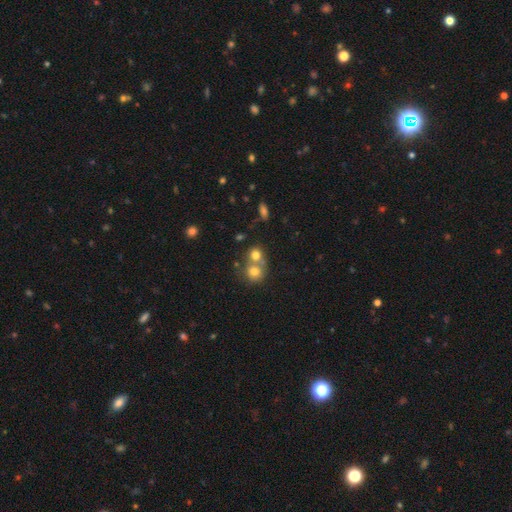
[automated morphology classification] This is likely a smooth galaxy (74%). How rounded: clearly round (81%). Merging: possibly merger (49%).